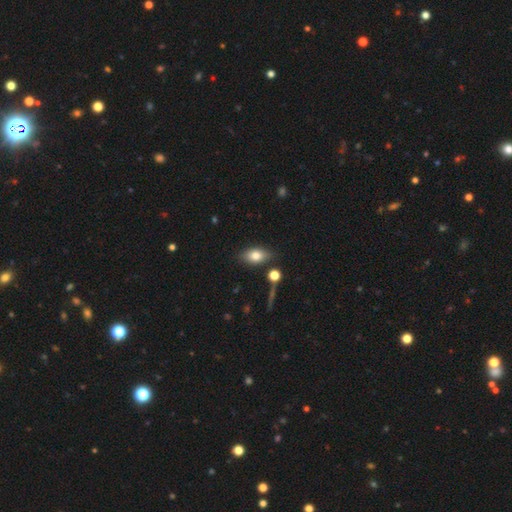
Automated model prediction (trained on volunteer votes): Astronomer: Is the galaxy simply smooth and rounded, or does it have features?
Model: smooth — 77%.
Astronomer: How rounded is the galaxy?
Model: in between — 86%.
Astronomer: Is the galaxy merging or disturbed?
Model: none — 80%.